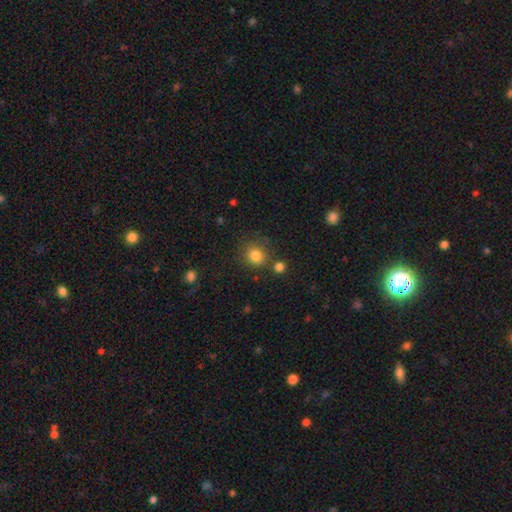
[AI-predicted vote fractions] A smooth galaxy with no disk features (82%) that is round (81%). Merging: none (75%).